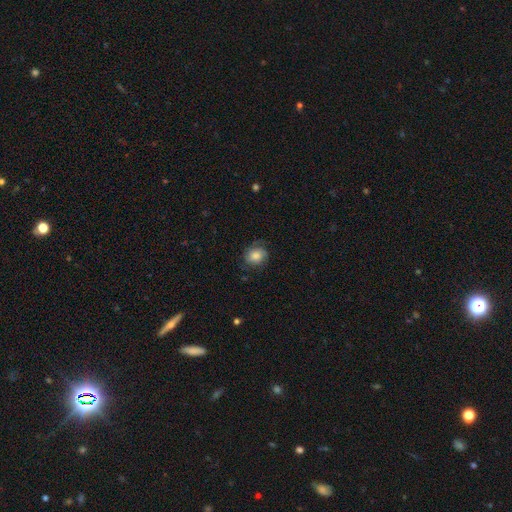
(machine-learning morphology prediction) Smooth or featured? smooth (66%)
How rounded? round (71%)
Merging? none (68%)